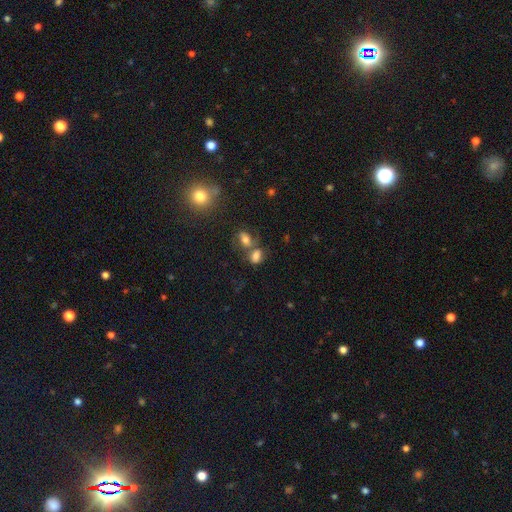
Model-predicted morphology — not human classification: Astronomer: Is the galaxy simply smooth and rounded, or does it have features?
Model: smooth — 70%.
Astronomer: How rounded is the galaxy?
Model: in between — 75%.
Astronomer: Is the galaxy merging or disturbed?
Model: merger — 49% (runner-up: none, 33%).